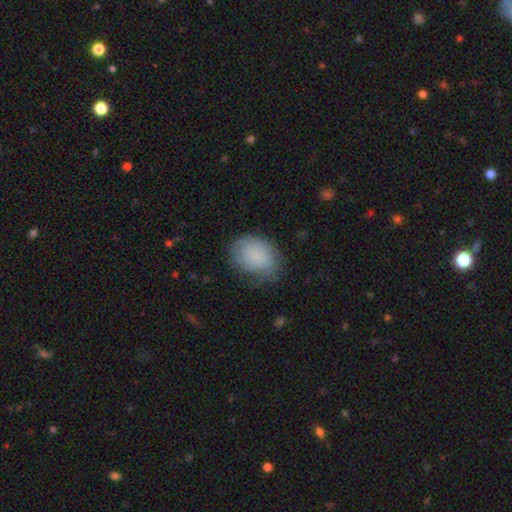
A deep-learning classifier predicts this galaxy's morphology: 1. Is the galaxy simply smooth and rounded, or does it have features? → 77% smooth, 16% featured or disk, 8% star or artifact.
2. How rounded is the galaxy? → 60% in between, 39% round, 1% cigar-shaped.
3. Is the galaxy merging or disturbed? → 56% none, 31% minor disturbance, 12% major disturbance, 1% merger.